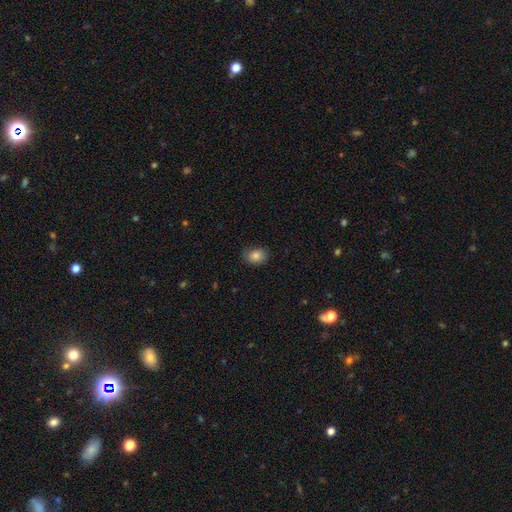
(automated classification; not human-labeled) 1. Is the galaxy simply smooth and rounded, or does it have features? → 83% smooth, 10% star or artifact, 7% featured or disk.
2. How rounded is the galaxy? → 60% in between, 39% round, 1% cigar-shaped.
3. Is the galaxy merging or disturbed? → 79% none, 17% minor disturbance, 3% major disturbance, 1% merger.